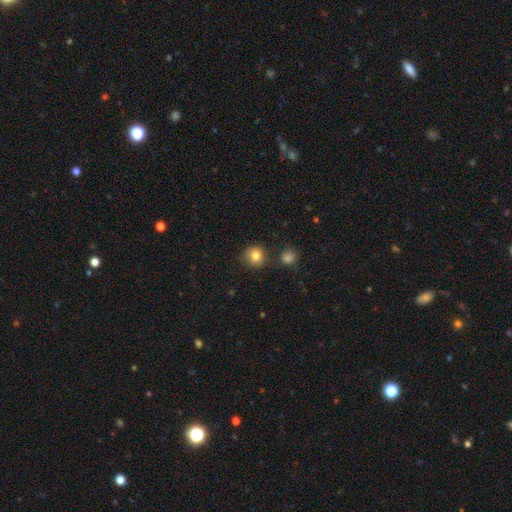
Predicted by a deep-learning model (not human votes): smooth 83%, star or artifact 11%, featured or disk 6%. Down the decision tree: how rounded — round (89%); merging — none (75%).